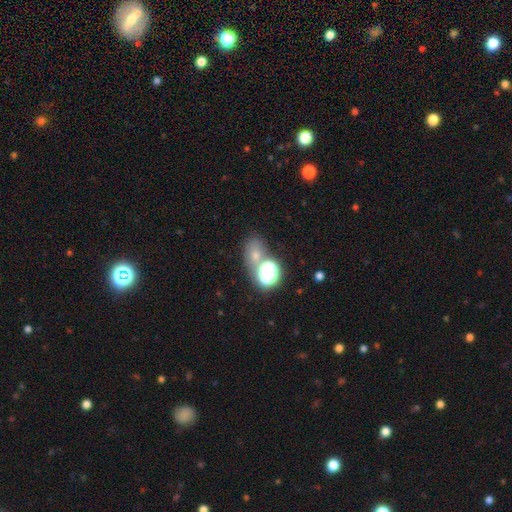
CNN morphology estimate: Overall: star or artifact (45%; smooth 43%).